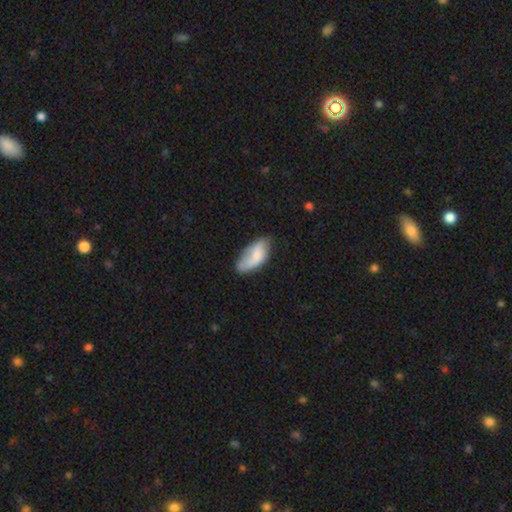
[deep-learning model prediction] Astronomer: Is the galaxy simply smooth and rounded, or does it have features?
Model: smooth — 71%.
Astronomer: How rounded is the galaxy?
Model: in between — 91%.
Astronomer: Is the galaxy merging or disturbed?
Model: none — 48% (runner-up: minor disturbance, 34%).